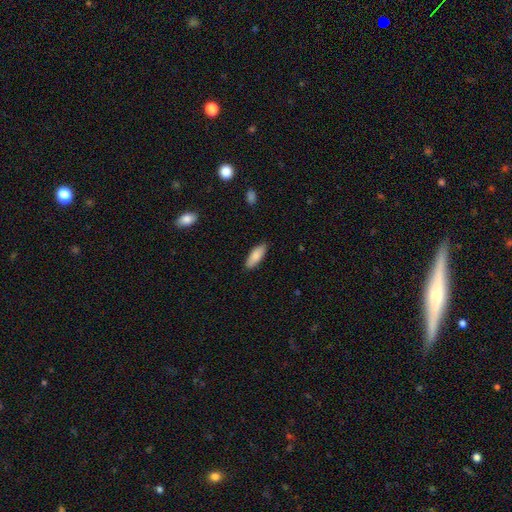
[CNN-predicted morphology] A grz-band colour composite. It shows a smooth galaxy with no disk features (86%) that is in between round and cigar-shaped (67%). Merging: none (87%).